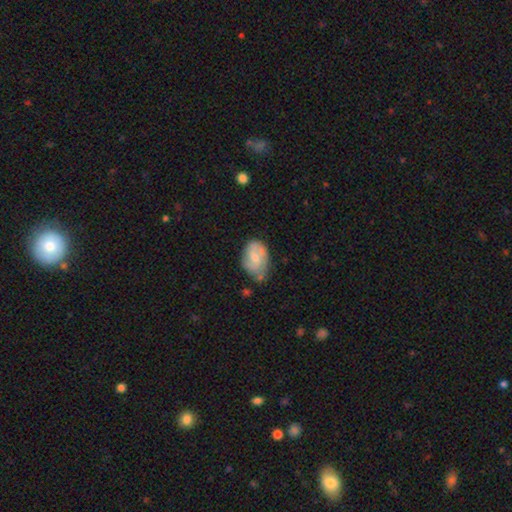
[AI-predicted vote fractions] A featured or disk galaxy (49%). Merging: none (51%).